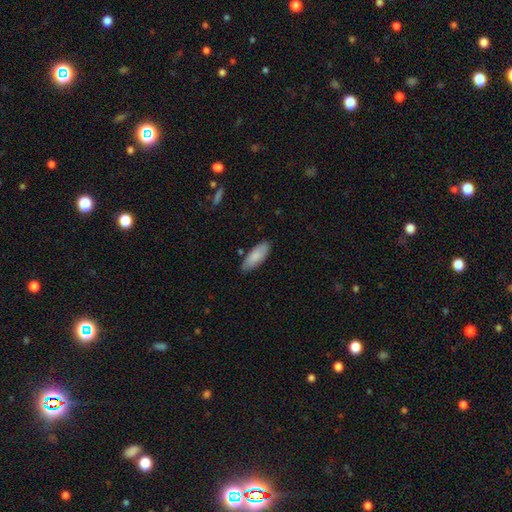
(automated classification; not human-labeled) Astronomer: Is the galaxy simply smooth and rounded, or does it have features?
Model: smooth — 87%.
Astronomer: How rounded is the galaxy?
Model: in between — 78%.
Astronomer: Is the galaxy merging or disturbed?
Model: none — 81%.